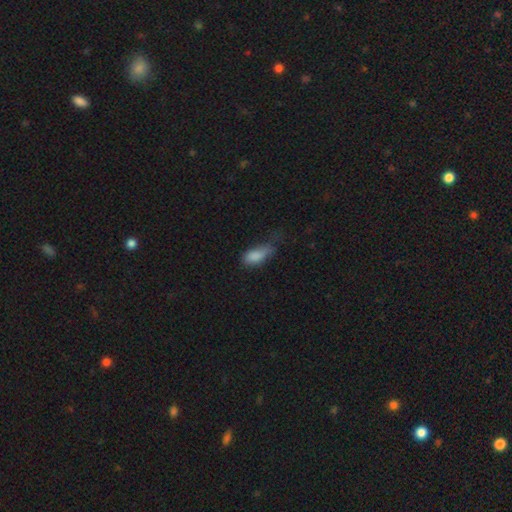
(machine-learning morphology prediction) This is clearly a smooth galaxy (82%). How rounded: clearly in between (84%). Merging: marginally minor disturbance (41%).